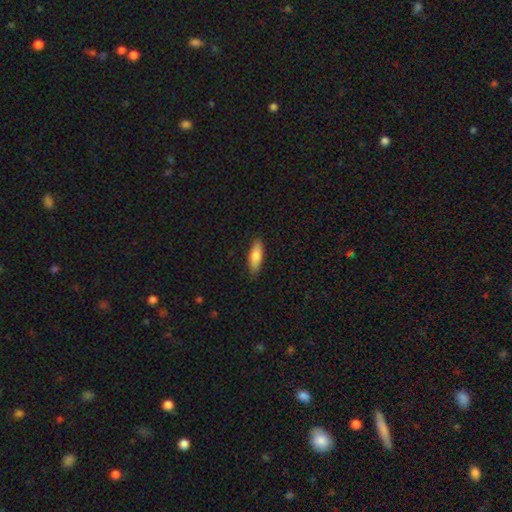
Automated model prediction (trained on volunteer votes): Smooth or featured: smooth — 79% (featured or disk — 15%)
How rounded: in between — 55% (cigar-shaped — 43%)
Merging: none — 87% (minor disturbance — 10%)